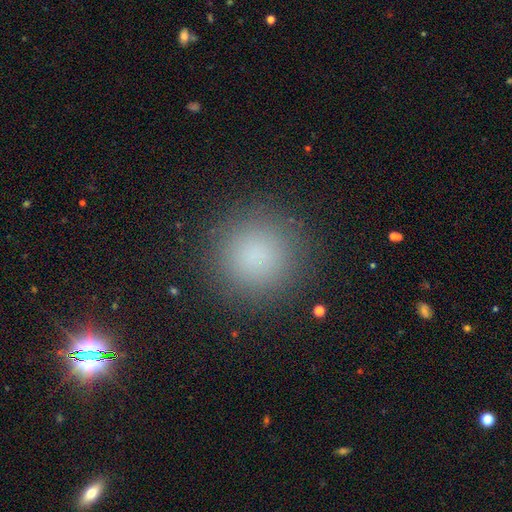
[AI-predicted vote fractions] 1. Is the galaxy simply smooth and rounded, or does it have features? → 82% smooth, 14% star or artifact, 5% featured or disk.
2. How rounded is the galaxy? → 95% round, 4% in between, 1% cigar-shaped.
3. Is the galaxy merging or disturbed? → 90% none, 6% minor disturbance, 3% major disturbance, 1% merger.